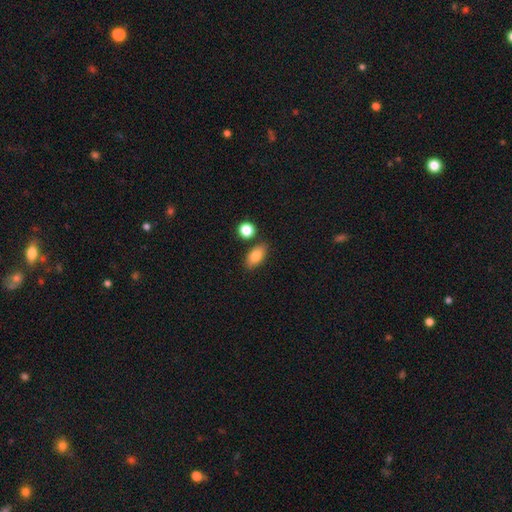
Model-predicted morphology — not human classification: A smooth galaxy with no disk features (82%) that is in between round and cigar-shaped (87%). Merging: none (79%).